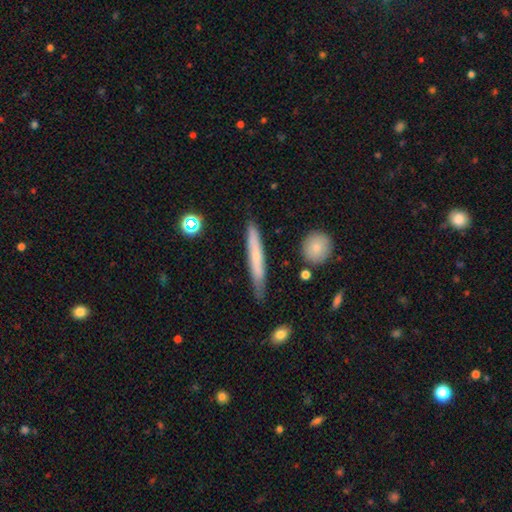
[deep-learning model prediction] This appears to be a smooth galaxy with no disk features (56%) that is cigar-shaped (94%). Merging: none (80%).